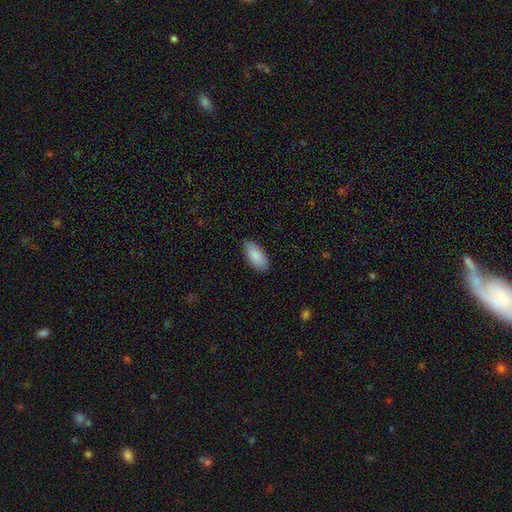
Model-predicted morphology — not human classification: A smooth galaxy with no disk features (88%) that is in between round and cigar-shaped (92%).

Vote fractions:
- Smooth or featured? smooth: 88% / featured or disk: 7% / star or artifact: 6%
- How rounded? in between: 92% / cigar-shaped: 6% / round: 2%
- Merging? none: 83% / minor disturbance: 13% / major disturbance: 2% / merger: 1%